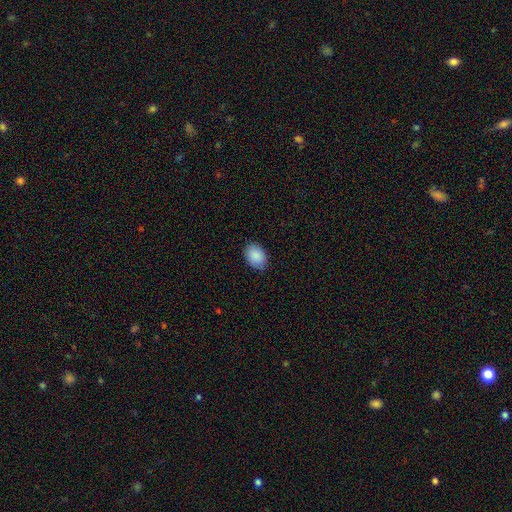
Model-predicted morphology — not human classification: smooth-or-featured: smooth: 89% | star or artifact: 7% | featured or disk: 4%
  how-rounded: in between: 80% | round: 19% | cigar-shaped: 1%
  merging: none: 85% | minor disturbance: 12% | major disturbance: 2% | merger: 1%